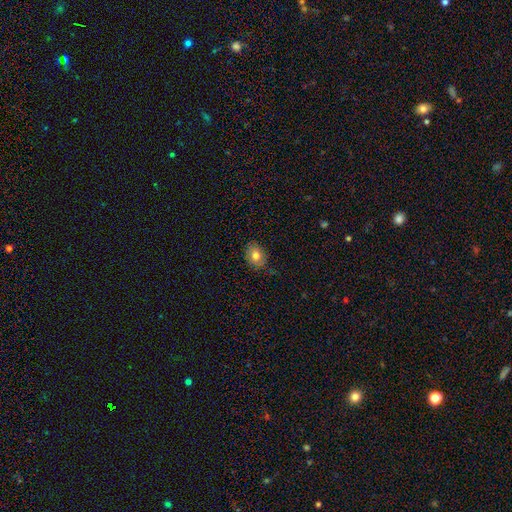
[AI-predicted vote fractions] Smooth or featured?
  - smooth: 78% *
  - featured or disk: 12%
  - star or artifact: 10%
How rounded?
  - in between: 53% *
  - round: 46%
  - cigar-shaped: 1%
Merging?
  - none: 79% *
  - minor disturbance: 17%
  - major disturbance: 3%
  - merger: 1%